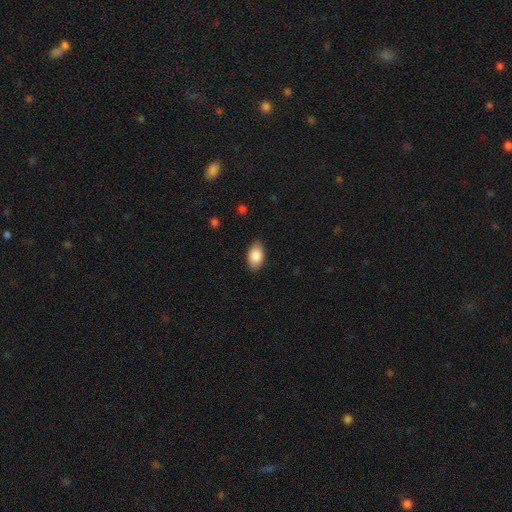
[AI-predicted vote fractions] Smooth or featured: smooth — 87% (featured or disk — 7%)
How rounded: in between — 94% (round — 5%)
Merging: none — 86% (minor disturbance — 11%)